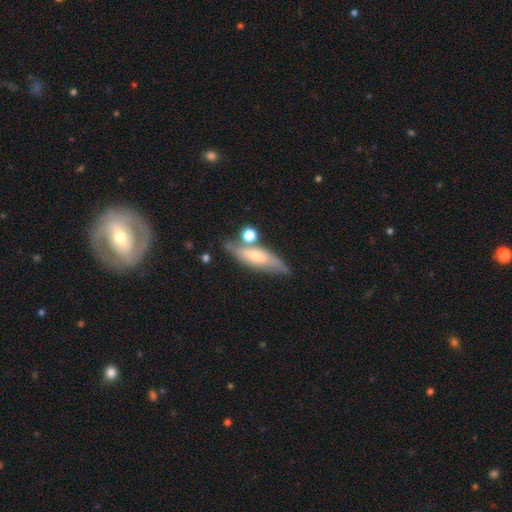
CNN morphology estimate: Overall: featured or disk (51%; smooth 42%). Edge-on disk: yes (57%; no 43%). Merging: none (58%; minor disturbance 19%).